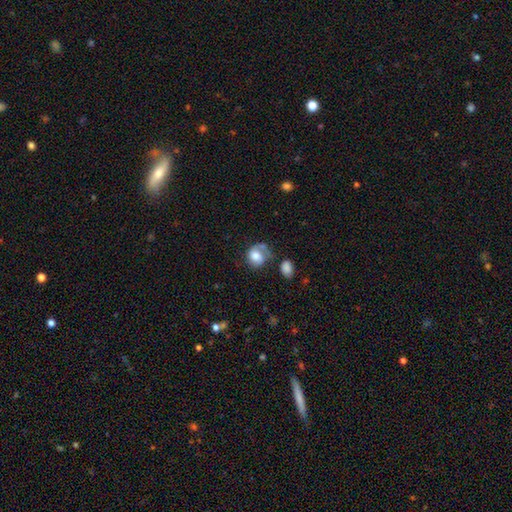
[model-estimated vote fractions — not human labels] Smooth or featured: smooth — 50% (featured or disk — 41%)
How rounded: round — 56% (in between — 43%)
Merging: none — 36% (major disturbance — 30%)